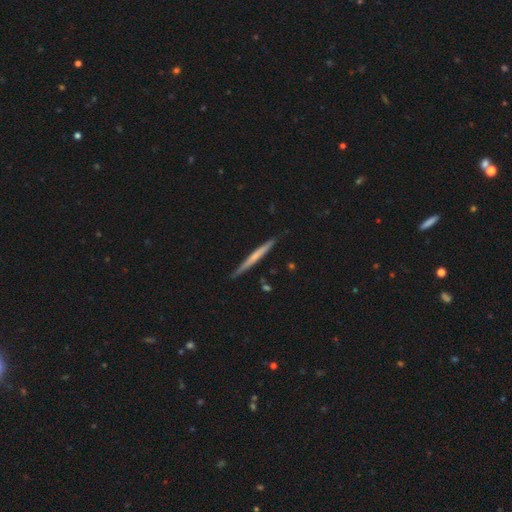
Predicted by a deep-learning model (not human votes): The model was most divided on "smooth or featured": featured or disk: 48%, smooth: 47%, star or artifact: 5%. More confident: merging — none (88%).